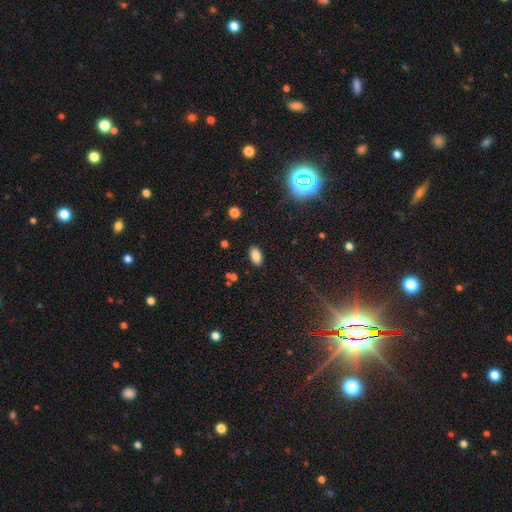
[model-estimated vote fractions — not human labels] Smooth or featured: smooth — 83% (star or artifact — 10%)
How rounded: in between — 92% (round — 5%)
Merging: none — 87% (minor disturbance — 9%)